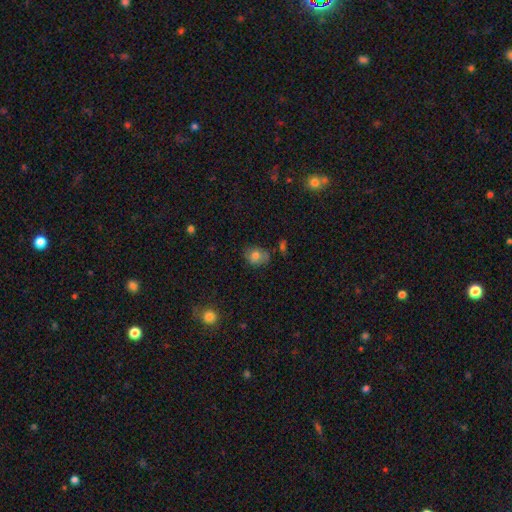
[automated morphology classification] smooth_or_featured: smooth (p=0.72) [alt: featured or disk p=0.18]
how_rounded: in between (p=0.51) [alt: round p=0.47]
merging: none (p=0.63) [alt: minor disturbance p=0.26]